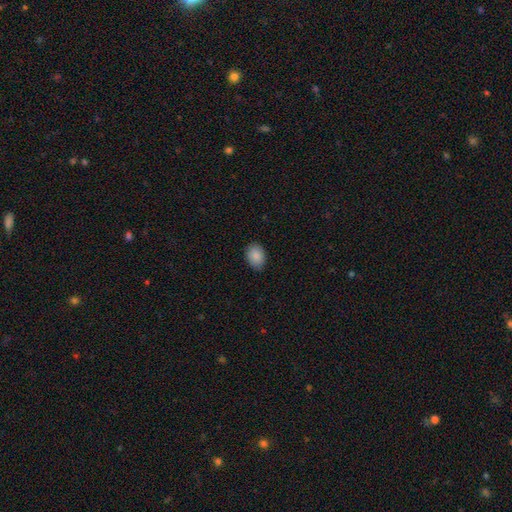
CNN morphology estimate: Smooth or featured: smooth — 89% (star or artifact — 7%)
How rounded: in between — 81% (round — 18%)
Merging: none — 84% (minor disturbance — 13%)